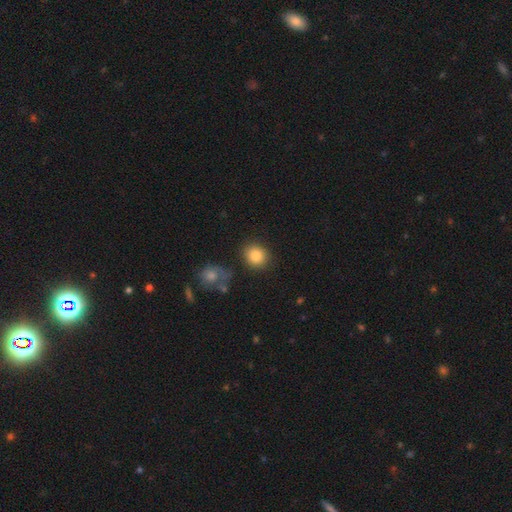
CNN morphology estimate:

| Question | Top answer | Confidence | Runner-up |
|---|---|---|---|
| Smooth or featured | smooth | 84% | star or artifact (9%) |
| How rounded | round | 80% | in between (19%) |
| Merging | none | 85% | minor disturbance (9%) |